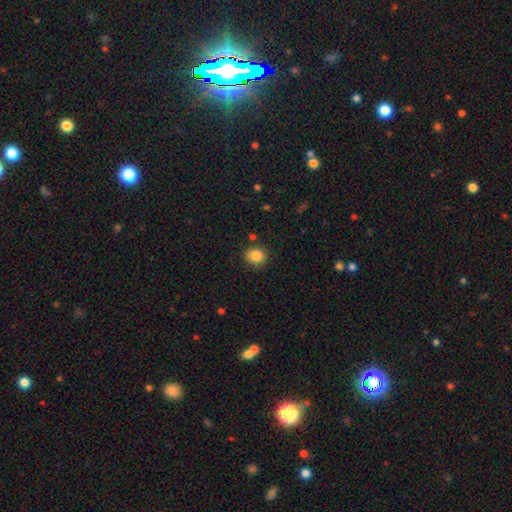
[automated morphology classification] A smooth galaxy with no disk features (86%) that is round (79%). Merging: none (85%).